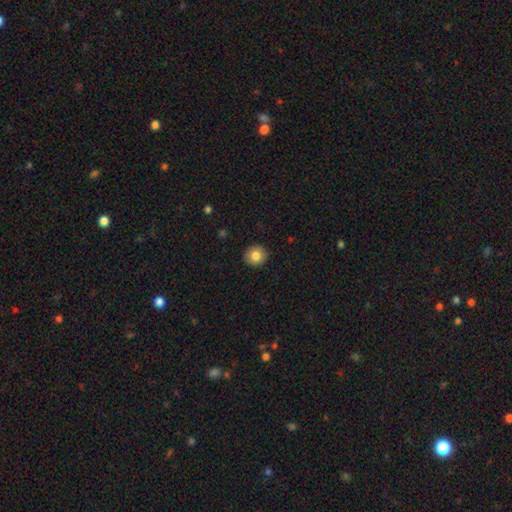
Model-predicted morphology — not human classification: The model was most divided on "smooth or featured": smooth: 80%, featured or disk: 12%, star or artifact: 9%. More confident: merging — none (91%); how rounded — round (86%).